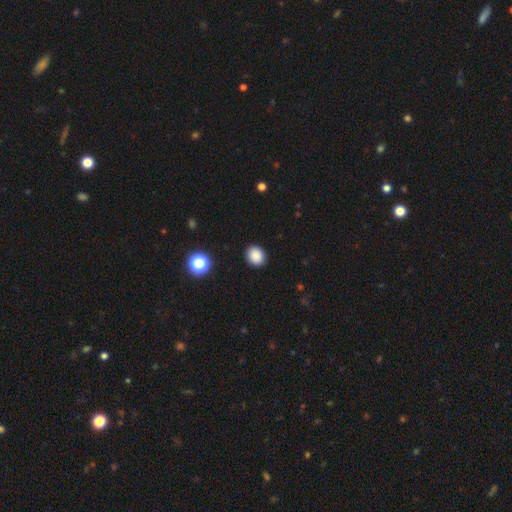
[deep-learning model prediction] A smooth galaxy with no disk features (87%) that is round (59%). Merging: none (90%).